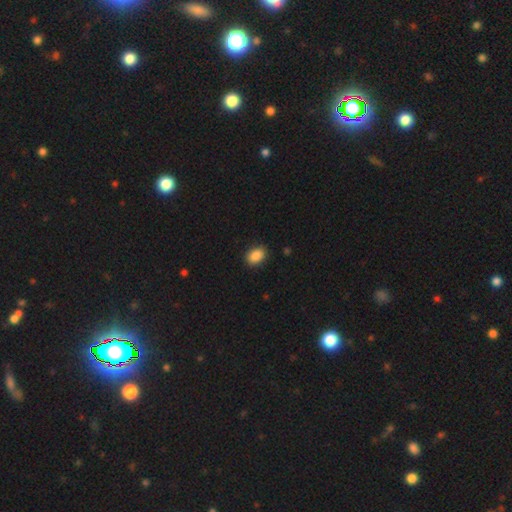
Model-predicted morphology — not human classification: smooth-or-featured: smooth: 89% | star or artifact: 8% | featured or disk: 4%
  how-rounded: in between: 77% | round: 22% | cigar-shaped: 1%
  merging: none: 88% | minor disturbance: 9% | major disturbance: 2% | merger: 1%